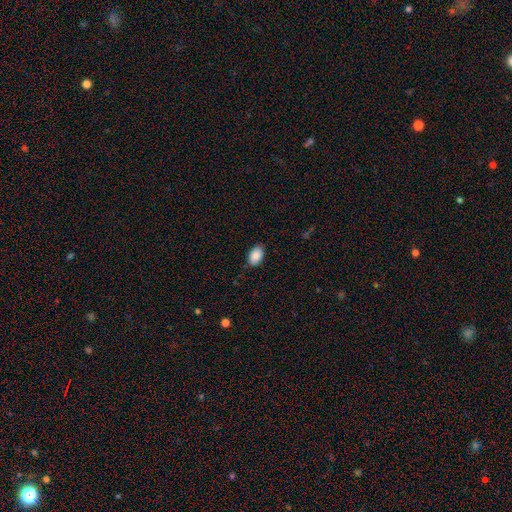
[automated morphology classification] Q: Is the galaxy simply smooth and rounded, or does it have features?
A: smooth — 90%.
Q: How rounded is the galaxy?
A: in between — 92%.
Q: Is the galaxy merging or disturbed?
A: none — 85%.